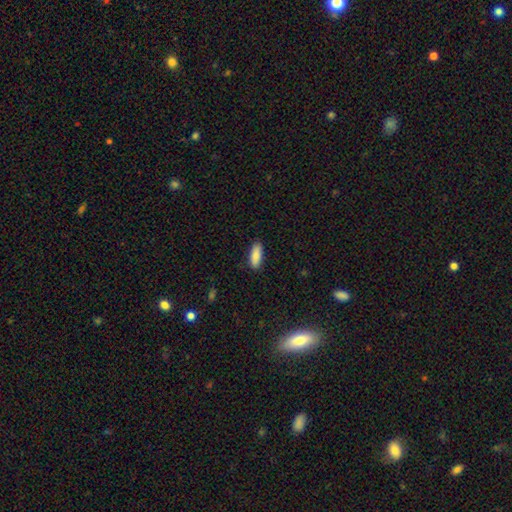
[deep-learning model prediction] The model was most divided on "how rounded": in between: 73%, cigar-shaped: 25%, round: 2%. More confident: merging — none (89%); smooth or featured — smooth (87%).